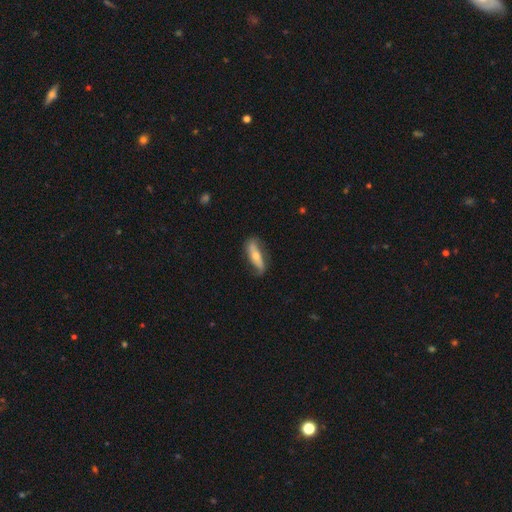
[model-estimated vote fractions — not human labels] Morphology: type=featured or disk (50%); edge-on=no (56%); merging=none (70%).